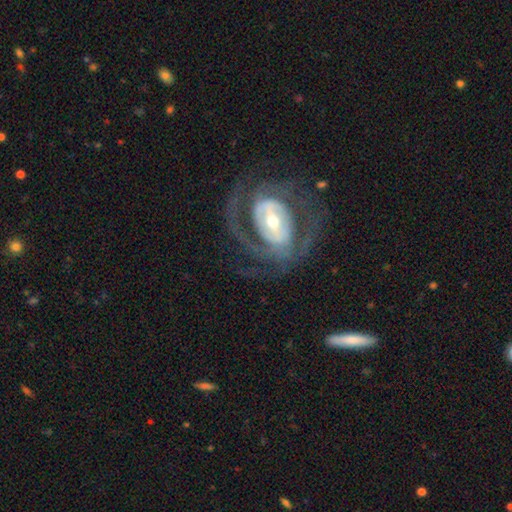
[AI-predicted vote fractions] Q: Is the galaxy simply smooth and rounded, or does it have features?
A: featured or disk — 81%.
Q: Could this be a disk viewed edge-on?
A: no — 95%.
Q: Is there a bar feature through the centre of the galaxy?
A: no — 40%.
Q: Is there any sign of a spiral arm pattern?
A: yes — 73%.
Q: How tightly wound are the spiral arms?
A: tight — 46%.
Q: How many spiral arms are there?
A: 2 — 64%.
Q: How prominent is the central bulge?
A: moderate — 51%.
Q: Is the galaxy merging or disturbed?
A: none — 68%.